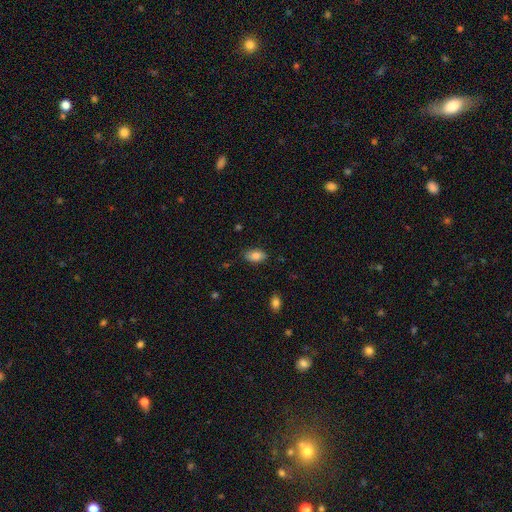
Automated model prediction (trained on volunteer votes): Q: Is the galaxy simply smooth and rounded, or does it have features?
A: smooth — 85%.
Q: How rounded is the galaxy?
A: in between — 91%.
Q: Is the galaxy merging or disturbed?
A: none — 82%.